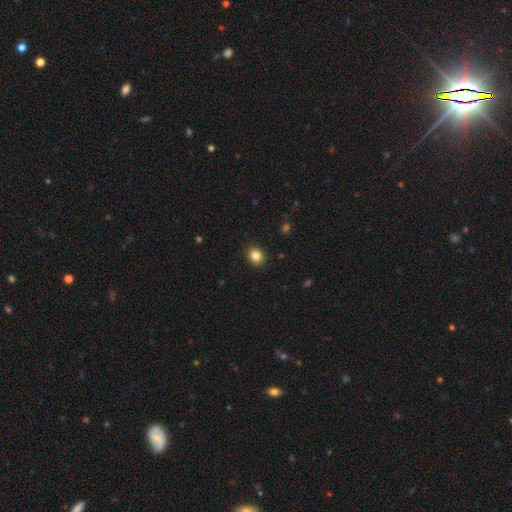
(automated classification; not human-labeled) Morphology: type=smooth (85%); roundness=round (64%); merging=none (91%).